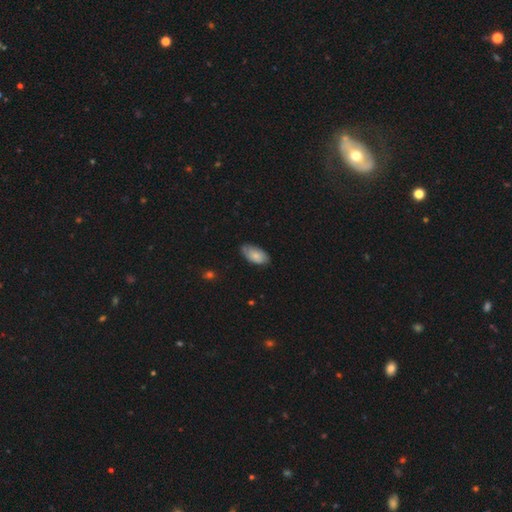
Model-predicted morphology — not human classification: Q: Smooth or featured?
A: smooth (72%); runner-up: featured or disk (21%)
Q: How rounded?
A: in between (94%); runner-up: round (3%)
Q: Merging?
A: none (66%); runner-up: minor disturbance (28%)